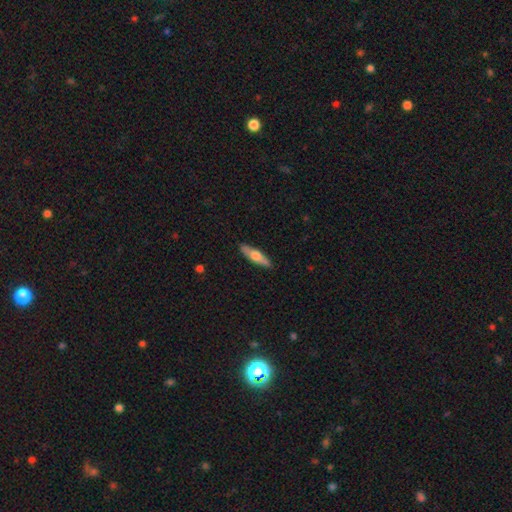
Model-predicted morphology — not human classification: Q: Smooth or featured?
A: smooth (53%); runner-up: featured or disk (42%)
Q: How rounded?
A: cigar-shaped (70%); runner-up: in between (27%)
Q: Merging?
A: none (89%); runner-up: minor disturbance (8%)